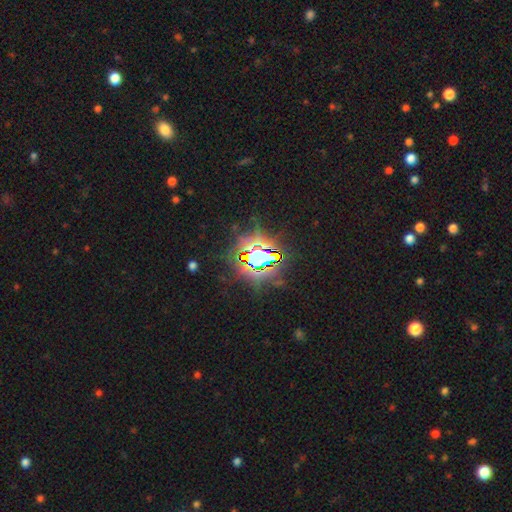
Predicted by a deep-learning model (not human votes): Q: Smooth or featured?
A: star or artifact (84%); runner-up: smooth (9%)